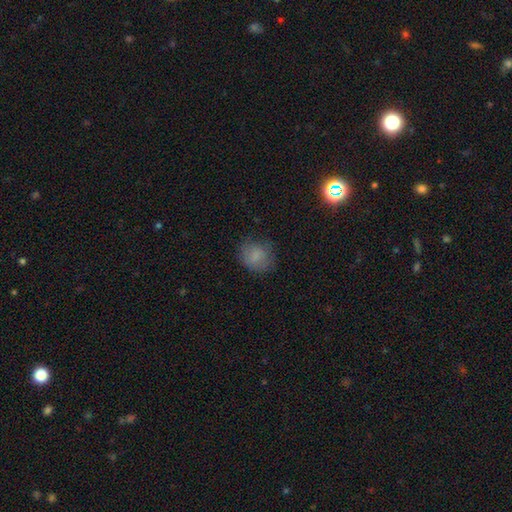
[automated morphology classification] Smooth or featured?
  - smooth: 79% *
  - featured or disk: 11%
  - star or artifact: 10%
How rounded?
  - round: 74% *
  - in between: 25%
  - cigar-shaped: 1%
Merging?
  - none: 72% *
  - minor disturbance: 19%
  - major disturbance: 8%
  - merger: 1%